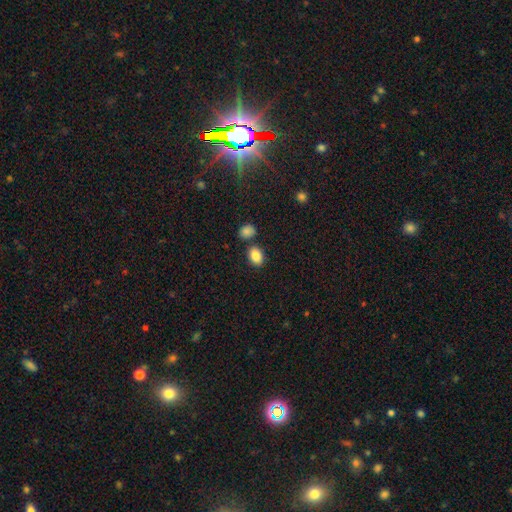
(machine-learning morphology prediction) This is clearly a smooth galaxy (87%). How rounded: likely in between (74%). Merging: likely none (76%).